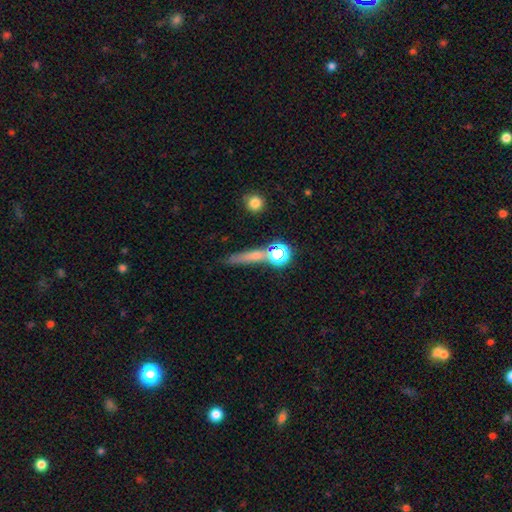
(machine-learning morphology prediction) Q: Smooth or featured?
A: smooth (51%); runner-up: featured or disk (28%)
Q: How rounded?
A: cigar-shaped (63%); runner-up: round (24%)
Q: Merging?
A: none (67%); runner-up: merger (14%)